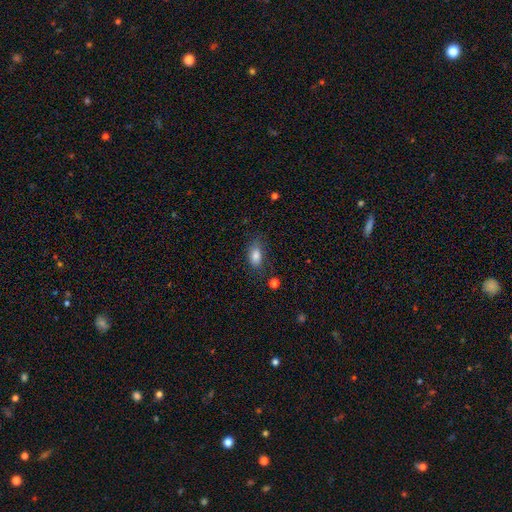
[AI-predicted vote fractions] Morphology: type=smooth (85%); roundness=in between (89%); merging=none (69%).